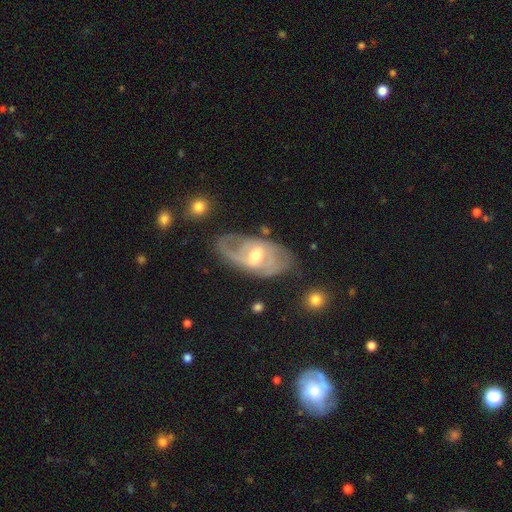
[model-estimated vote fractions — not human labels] smooth-or-featured: featured or disk: 79% | smooth: 16% | star or artifact: 5%
  disk-edge-on: no: 93% | yes: 7%
    bar: weak: 52% | no: 34% | strong: 14%
    has-spiral-arms: yes: 86% | no: 14%
      spiral-winding: medium: 41% (tied) | tight: 41% (tied) | loose: 18%
      spiral-arm-count: 2: 47% | can't tell: 29% | 1: 11% | 3: 8% | 4: 2% | more than 4: 2%
    bulge-size: moderate: 68% | small: 25% | large: 5% | none: 1% | dominant: 1%
  merging: none: 60% | minor disturbance: 24% | major disturbance: 13% | merger: 3%